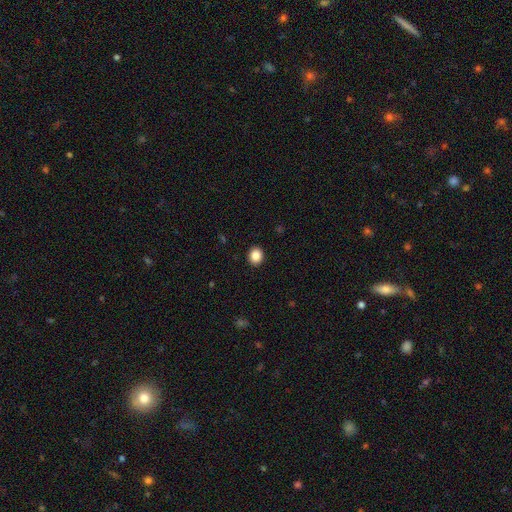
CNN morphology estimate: Overall: smooth (87%). How rounded: round (68%; in between 31%). Merging: none (92%).